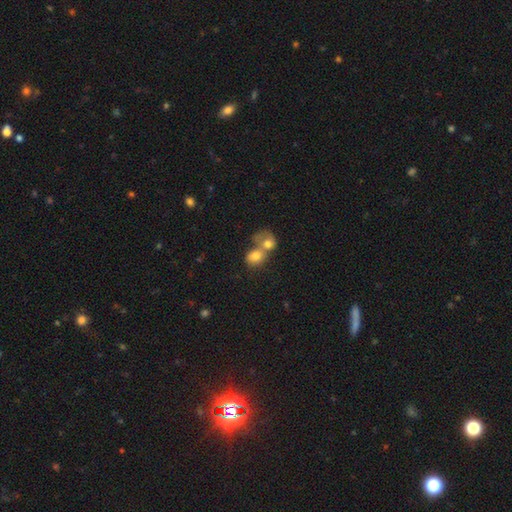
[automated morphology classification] Q: Smooth or featured?
A: smooth (75%); runner-up: featured or disk (16%)
Q: How rounded?
A: round (57%); runner-up: in between (42%)
Q: Merging?
A: merger (71%); runner-up: none (19%)